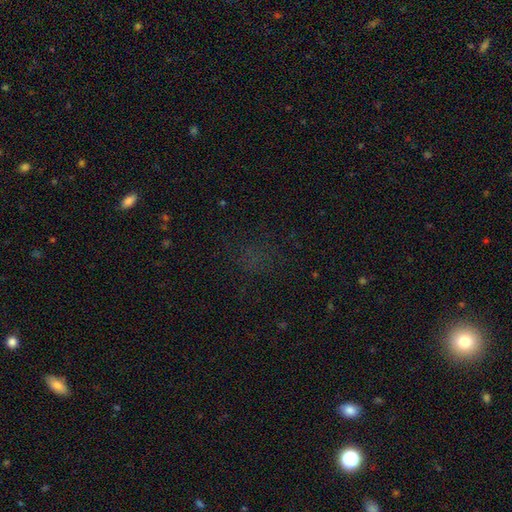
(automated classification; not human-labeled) Smooth or featured: star or artifact — 54% (smooth — 35%)